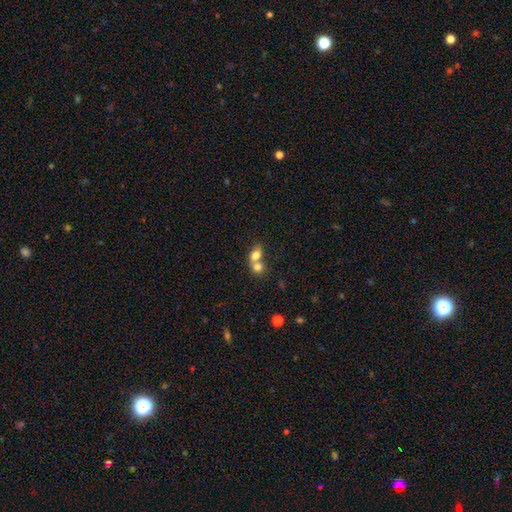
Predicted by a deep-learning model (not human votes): This is likely a smooth galaxy (76%). How rounded: possibly in between (58%). Merging: likely merger (71%).